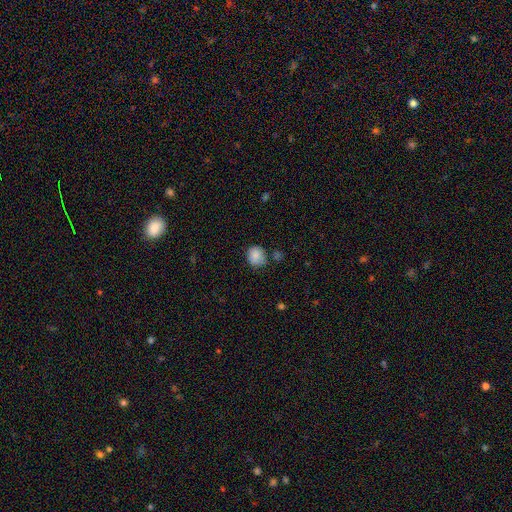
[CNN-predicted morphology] Smooth or featured? smooth (84%)
How rounded? round (72%)
Merging? none (61%)